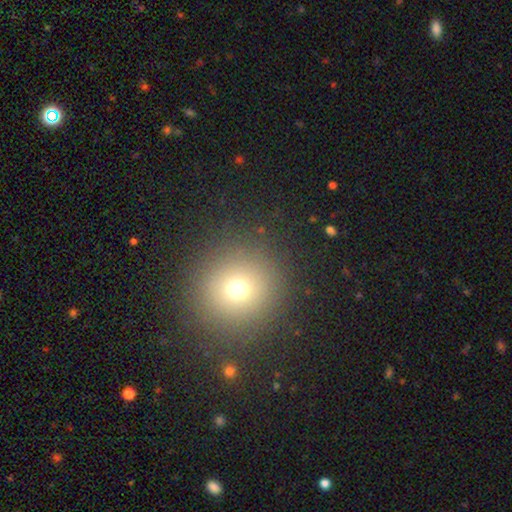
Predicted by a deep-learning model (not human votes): Q: Smooth or featured?
A: smooth (66%); runner-up: star or artifact (25%)
Q: How rounded?
A: round (94%); runner-up: in between (5%)
Q: Merging?
A: none (91%); runner-up: minor disturbance (5%)